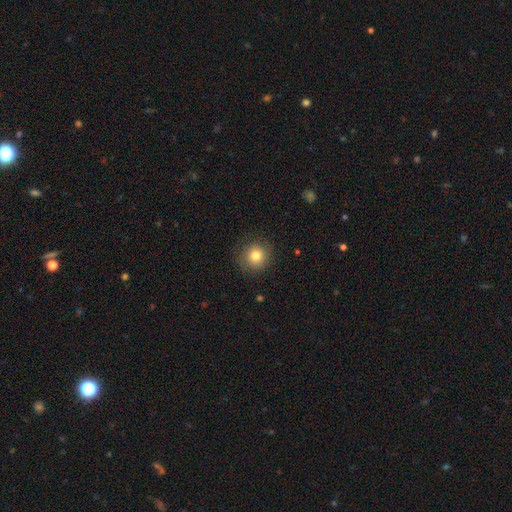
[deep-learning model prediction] Overall: smooth (80%). How rounded: round (91%). Merging: none (87%).